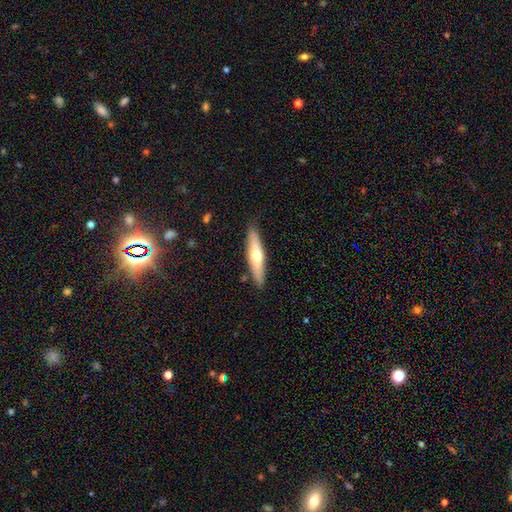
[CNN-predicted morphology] Smooth or featured: smooth — 49% (featured or disk — 45%)
Merging: none — 87% (minor disturbance — 10%)